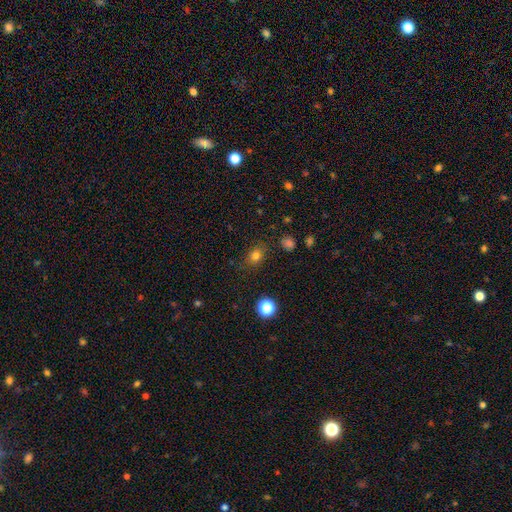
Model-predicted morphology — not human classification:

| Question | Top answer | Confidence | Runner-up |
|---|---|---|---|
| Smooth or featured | smooth | 77% | star or artifact (16%) |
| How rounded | round | 53% | in between (45%) |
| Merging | none | 81% | minor disturbance (13%) |